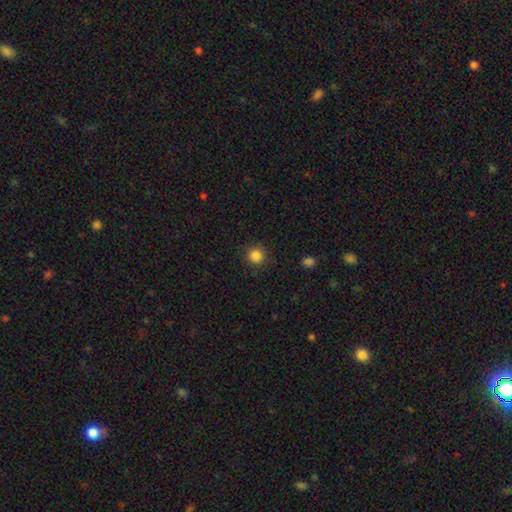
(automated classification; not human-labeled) A smooth galaxy with no disk features (85%) that is round (93%). Merging: none (88%).